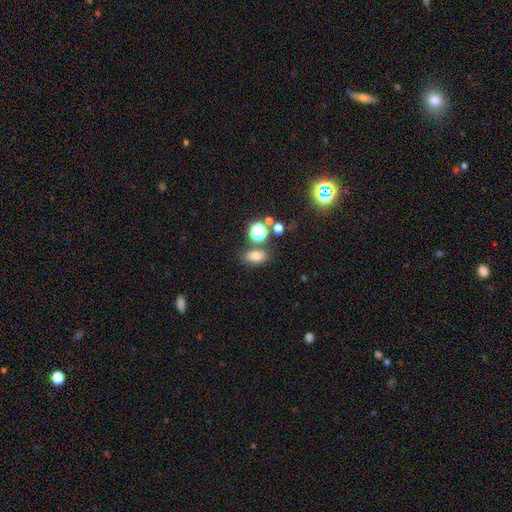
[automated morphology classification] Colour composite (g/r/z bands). It shows a smooth galaxy with no disk features (71%) that is in between round and cigar-shaped (74%). Merging: none (70%).